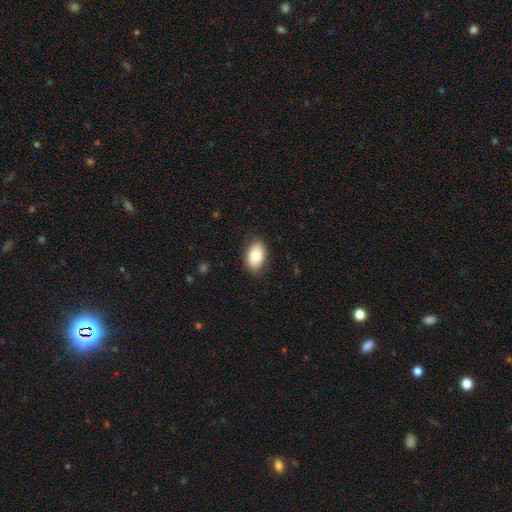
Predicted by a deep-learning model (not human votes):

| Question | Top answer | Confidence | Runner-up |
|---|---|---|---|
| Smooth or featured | smooth | 79% | featured or disk (14%) |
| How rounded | in between | 89% | round (9%) |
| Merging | none | 82% | minor disturbance (14%) |